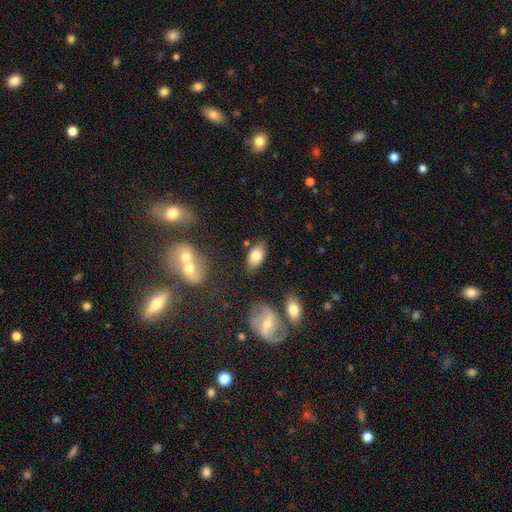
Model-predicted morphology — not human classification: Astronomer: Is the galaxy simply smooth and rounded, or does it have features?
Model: smooth — 78%.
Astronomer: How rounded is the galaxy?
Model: in between — 92%.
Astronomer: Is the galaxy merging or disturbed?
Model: none — 76%.